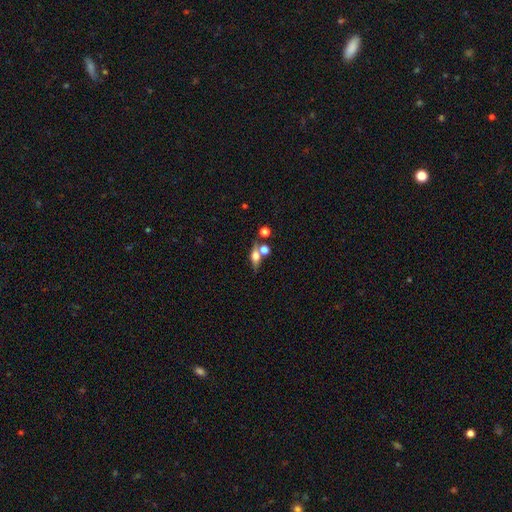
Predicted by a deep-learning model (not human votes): Smooth or featured? featured or disk (44%, tied with smooth)
Merging? none (56%)